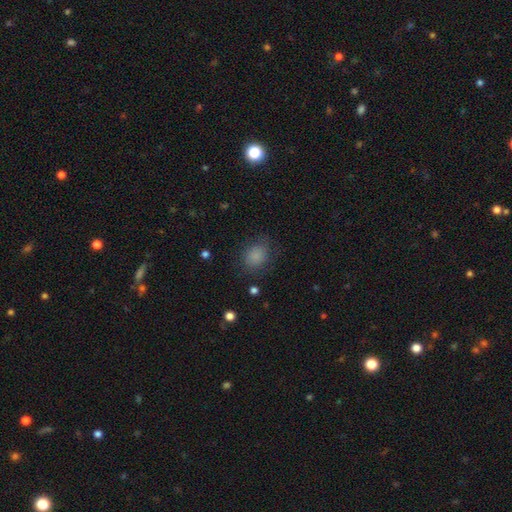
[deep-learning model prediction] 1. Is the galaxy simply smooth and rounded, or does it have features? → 83% smooth, 11% star or artifact, 6% featured or disk.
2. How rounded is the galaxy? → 51% round, 48% in between, 1% cigar-shaped.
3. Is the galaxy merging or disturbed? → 76% none, 16% minor disturbance, 7% major disturbance, 1% merger.